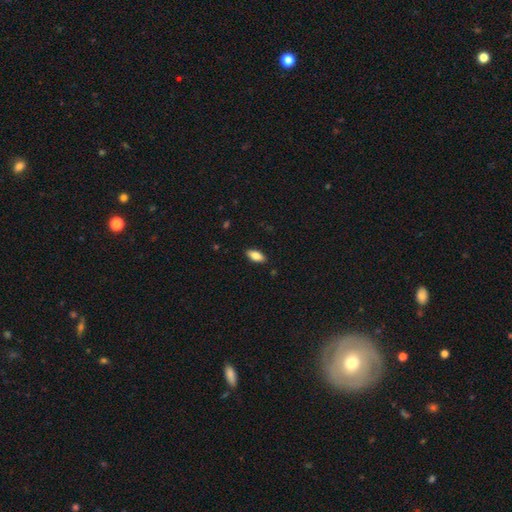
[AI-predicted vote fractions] Morphology: type=smooth (80%); roundness=in between (86%); merging=none (88%).